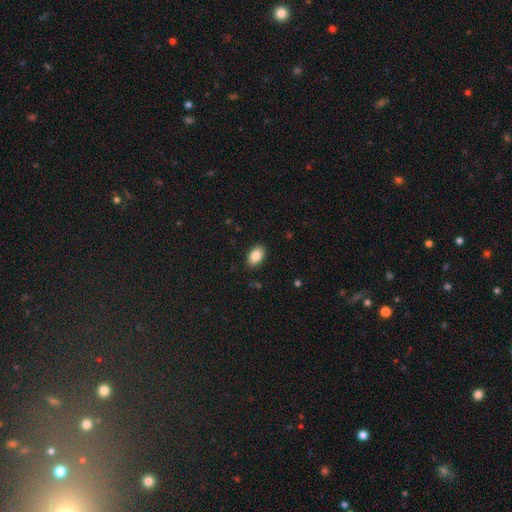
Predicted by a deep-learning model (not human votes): Smooth or featured?
  - smooth: 86% *
  - star or artifact: 7%
  - featured or disk: 7%
How rounded?
  - in between: 89% *
  - round: 9%
  - cigar-shaped: 1%
Merging?
  - none: 89% *
  - minor disturbance: 8%
  - major disturbance: 2%
  - merger: 1%